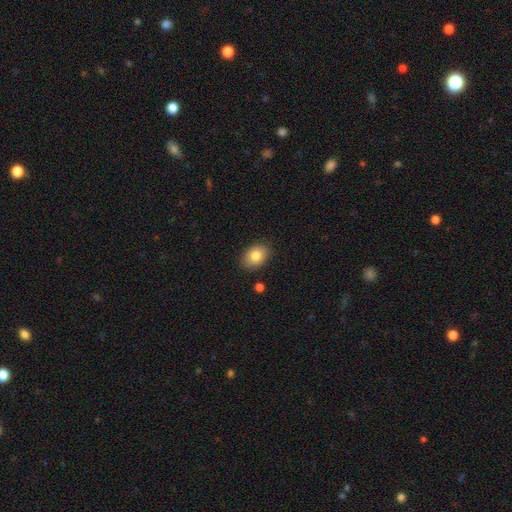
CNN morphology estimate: Smooth or featured? Predicted: smooth (p=0.82). How rounded? Predicted: in between (p=0.76). Merging? Predicted: none (p=0.86).